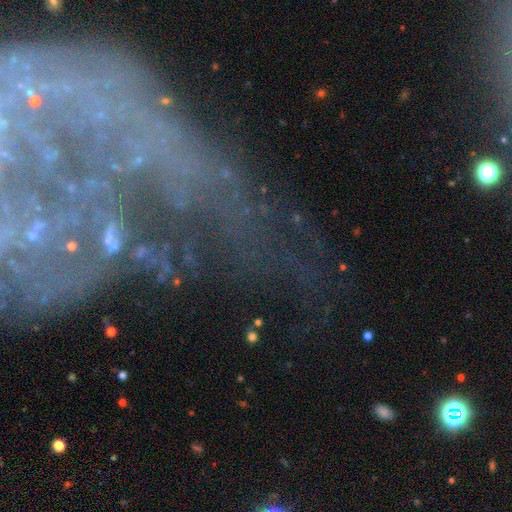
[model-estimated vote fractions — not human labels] smooth_or_featured: featured or disk (p=0.61) [alt: star or artifact p=0.25]
disk_edge_on: no (p=0.87) [alt: yes p=0.13]
bar: no (p=0.54) [alt: weak p=0.25]
has_spiral_arms: yes (p=0.71) [alt: no p=0.29]
bulge_size: small (p=0.48) [alt: moderate p=0.25]
merging: none (p=0.49) [alt: major disturbance p=0.23]